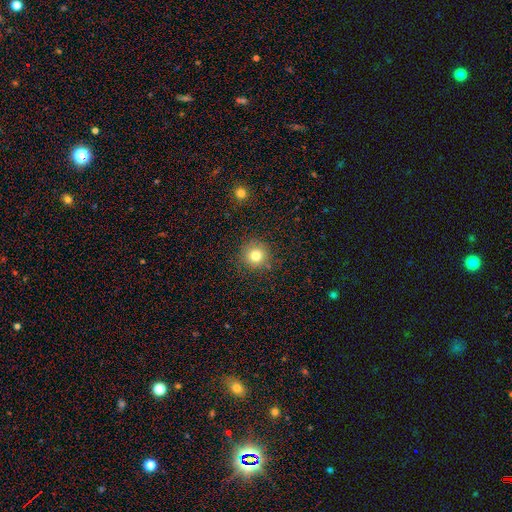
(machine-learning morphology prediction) This appears to be a smooth galaxy with no disk features (79%) that is round (94%). Merging: none (88%).